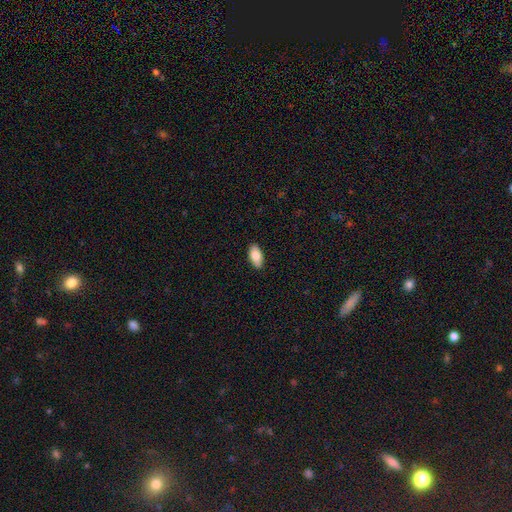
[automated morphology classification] Smooth or featured? Predicted: smooth (p=0.83). How rounded? Predicted: in between (p=0.92). Merging? Predicted: none (p=0.88).